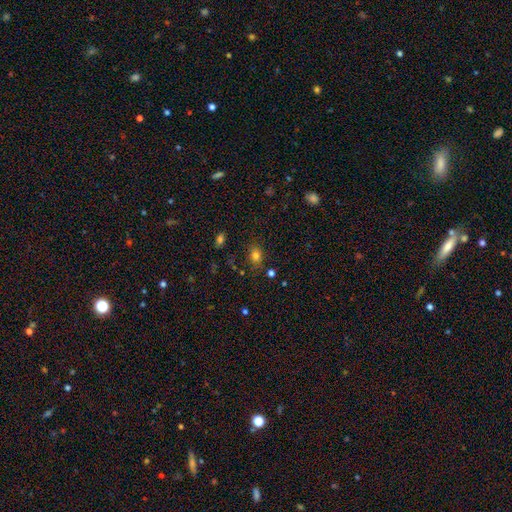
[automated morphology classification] smooth-or-featured: smooth: 78% | star or artifact: 14% | featured or disk: 8%
  how-rounded: in between: 58% | round: 41% | cigar-shaped: 1%
  merging: none: 78% | minor disturbance: 14% | major disturbance: 4% | merger: 3%